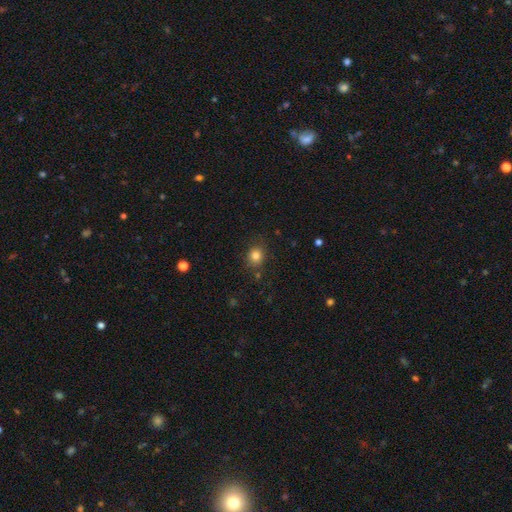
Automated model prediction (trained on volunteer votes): smooth 82%, star or artifact 12%, featured or disk 6%. Down the decision tree: how rounded — round (77%); merging — none (83%).